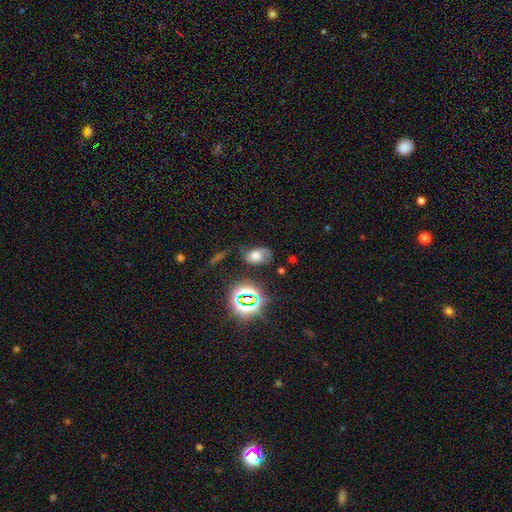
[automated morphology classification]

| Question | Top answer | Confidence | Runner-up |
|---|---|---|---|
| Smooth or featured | smooth | 58% | star or artifact (21%) |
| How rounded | in between | 85% | round (14%) |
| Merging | none | 56% | minor disturbance (27%) |